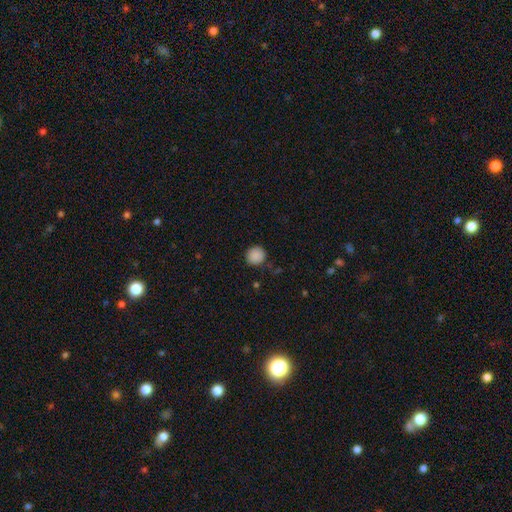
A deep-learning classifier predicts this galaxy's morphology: Overall: smooth (88%). How rounded: round (91%). Merging: none (86%).